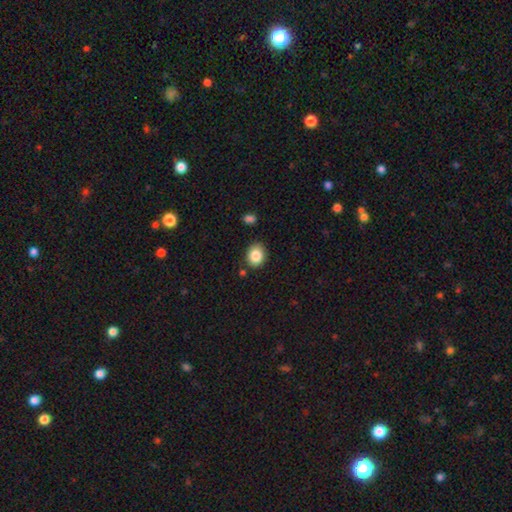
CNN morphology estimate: smooth 86%, star or artifact 8%, featured or disk 5%. Down the decision tree: how rounded — round (54%); merging — none (82%).